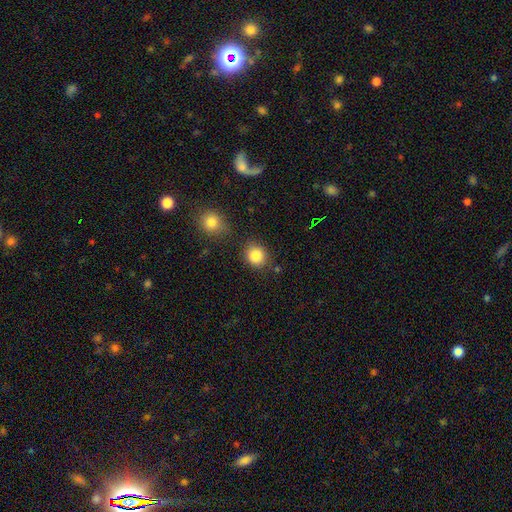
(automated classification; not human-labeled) Smooth or featured?
  - smooth: 86% *
  - star or artifact: 10%
  - featured or disk: 5%
How rounded?
  - round: 80% *
  - in between: 19%
  - cigar-shaped: 1%
Merging?
  - none: 78% *
  - minor disturbance: 12%
  - merger: 7%
  - major disturbance: 3%